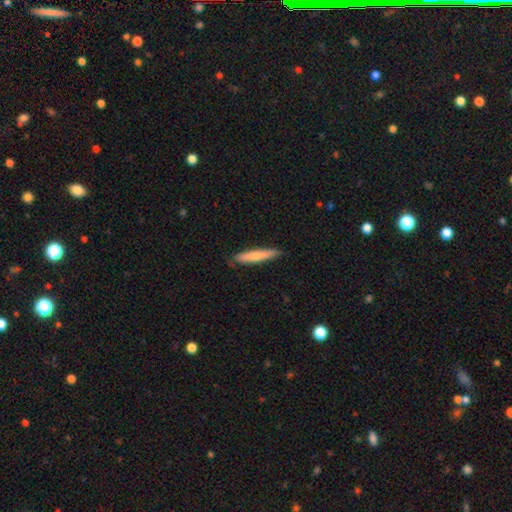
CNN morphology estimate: smooth-or-featured: smooth: 71% | featured or disk: 24% | star or artifact: 5%
  how-rounded: cigar-shaped: 90% | in between: 9% | round: 1%
  merging: none: 84% | minor disturbance: 13% | major disturbance: 2% | merger: 1%